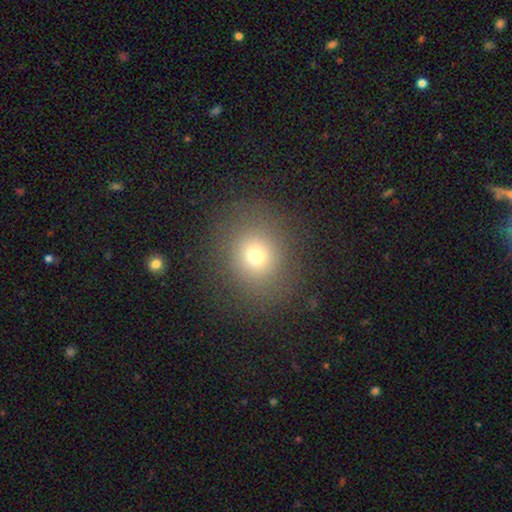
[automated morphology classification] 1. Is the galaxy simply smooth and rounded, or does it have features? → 71% smooth, 18% star or artifact, 10% featured or disk.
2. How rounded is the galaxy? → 83% round, 16% in between, 1% cigar-shaped.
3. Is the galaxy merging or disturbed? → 86% none, 8% minor disturbance, 5% major disturbance, 1% merger.